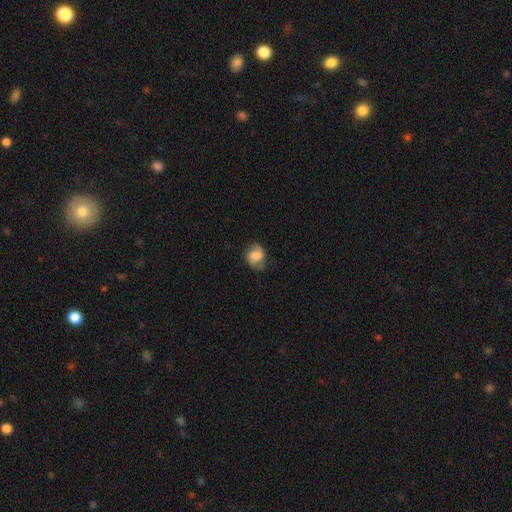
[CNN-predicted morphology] A smooth galaxy with no disk features (55%) that is round (51%).

Vote fractions:
- Smooth or featured? smooth: 55% / featured or disk: 36% / star or artifact: 9%
- How rounded? round: 51% / in between: 48% / cigar-shaped: 1%
- Merging? none: 70% / minor disturbance: 21% / major disturbance: 8% / merger: 1%